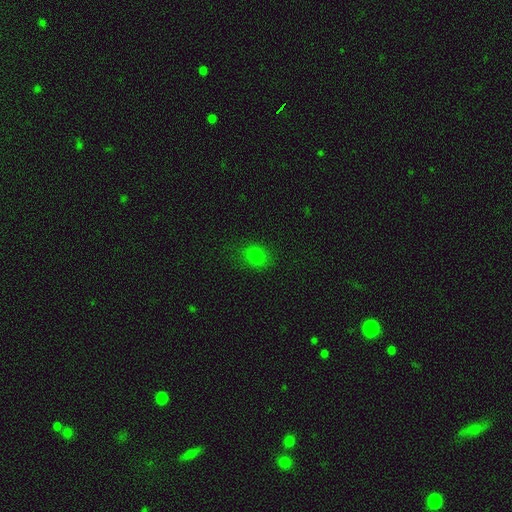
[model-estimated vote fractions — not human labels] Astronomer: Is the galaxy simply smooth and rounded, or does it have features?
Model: smooth — 79%.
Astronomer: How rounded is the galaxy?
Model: round — 57% (runner-up: in between, 42%).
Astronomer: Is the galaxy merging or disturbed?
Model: none — 83%.